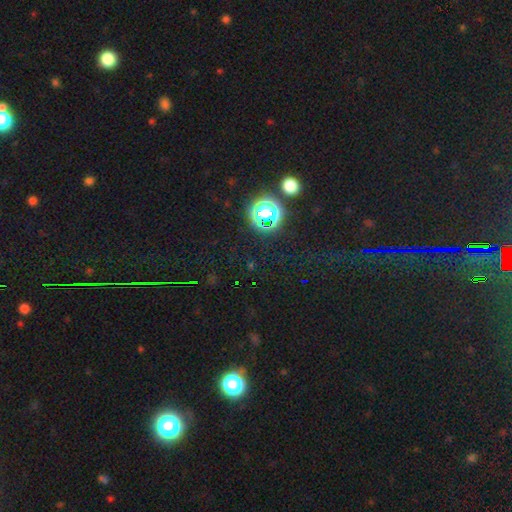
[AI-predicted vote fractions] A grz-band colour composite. It shows a star or artifact, not a galaxy (78%).